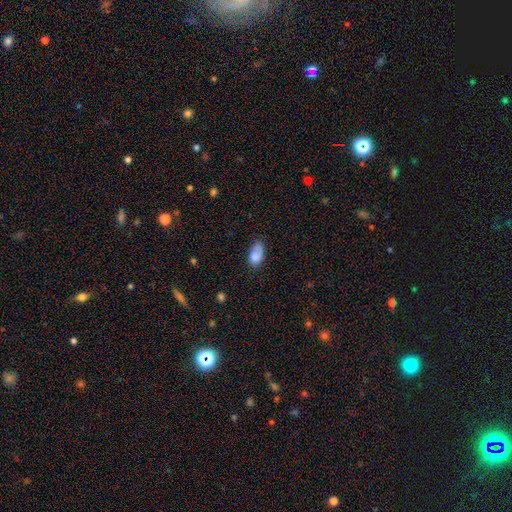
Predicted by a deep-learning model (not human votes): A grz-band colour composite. It shows a smooth galaxy with no disk features (81%) that is in between round and cigar-shaped (90%). Merging: none (53%).